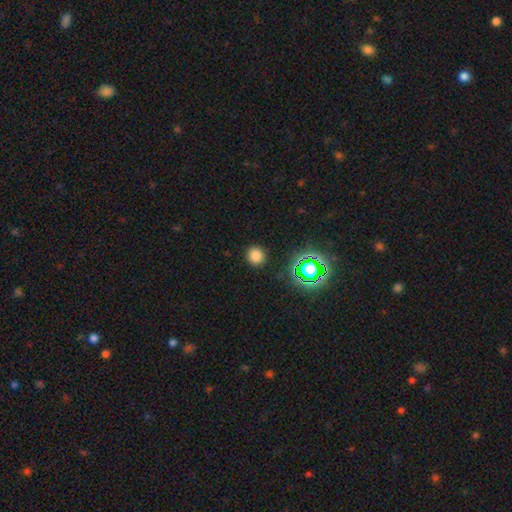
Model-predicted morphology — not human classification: A smooth galaxy with no disk features (75%) that is round (91%).

Vote fractions:
- Smooth or featured? smooth: 75% / star or artifact: 20% / featured or disk: 5%
- How rounded? round: 91% / in between: 8% / cigar-shaped: 1%
- Merging? none: 90% / minor disturbance: 6% / major disturbance: 2% / merger: 1%